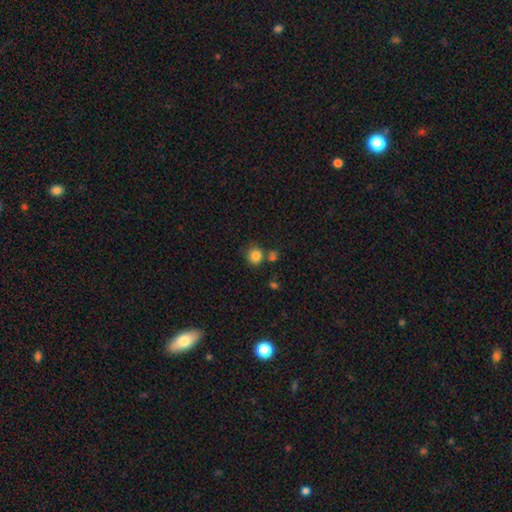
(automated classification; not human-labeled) Overall: smooth (85%). How rounded: round (87%). Merging: none (68%).